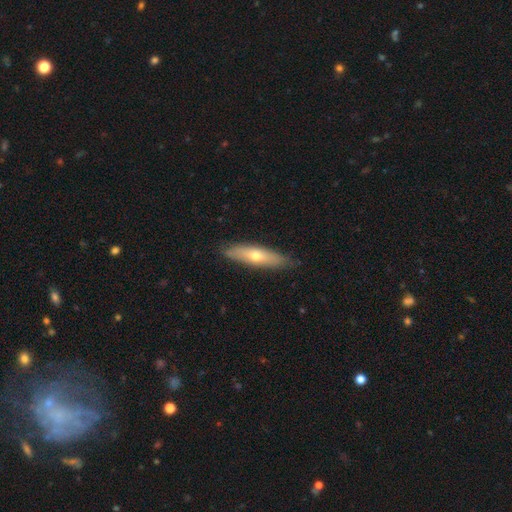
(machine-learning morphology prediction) A smooth galaxy with no disk features (51%) that is cigar-shaped (71%). Merging: none (86%).